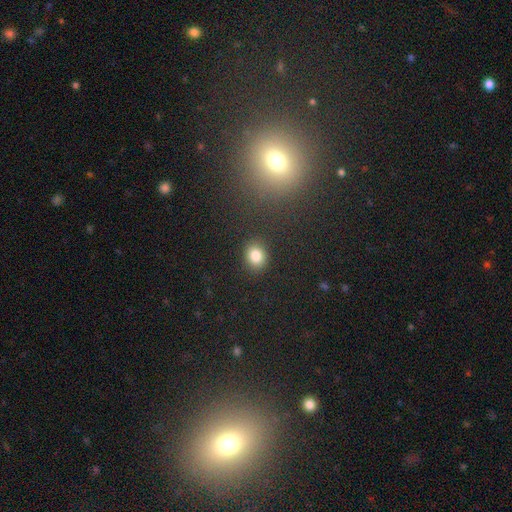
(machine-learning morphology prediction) Smooth or featured?
  - smooth: 83% *
  - star or artifact: 11%
  - featured or disk: 6%
How rounded?
  - round: 62% *
  - in between: 36%
  - cigar-shaped: 1%
Merging?
  - none: 87% *
  - minor disturbance: 8%
  - major disturbance: 3%
  - merger: 2%